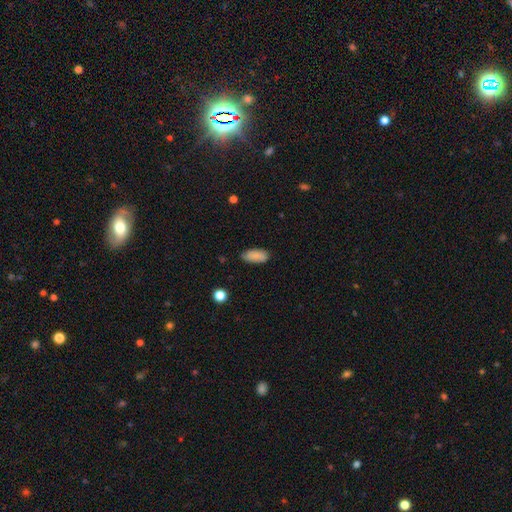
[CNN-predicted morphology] smooth-or-featured: smooth: 88% | star or artifact: 7% | featured or disk: 5%
  how-rounded: in between: 87% | cigar-shaped: 11% | round: 2%
  merging: none: 82% | minor disturbance: 14% | major disturbance: 3% | merger: 1%